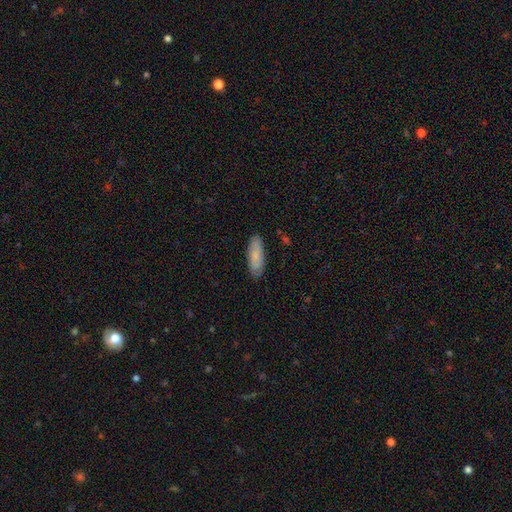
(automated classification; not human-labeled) This appears to be a smooth galaxy with no disk features (78%) that is in between round and cigar-shaped (66%). Merging: none (84%).